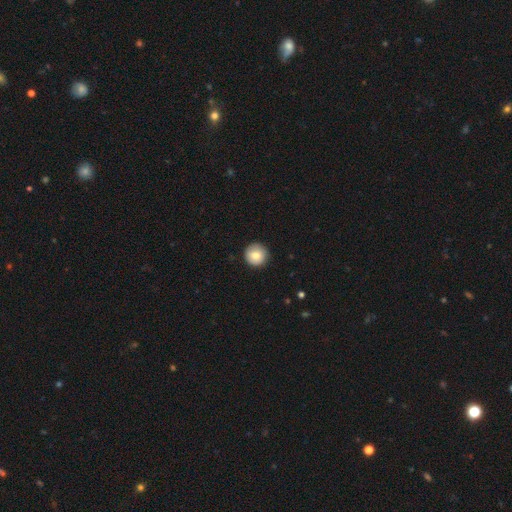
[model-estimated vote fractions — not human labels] smooth_or_featured: smooth (p=0.79) [alt: featured or disk p=0.13]
how_rounded: round (p=0.96) [alt: in between p=0.03]
merging: none (p=0.89) [alt: minor disturbance p=0.08]